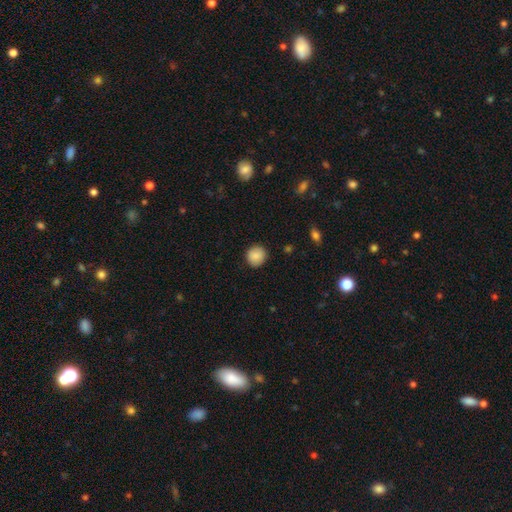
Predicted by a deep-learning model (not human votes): smooth-or-featured: smooth: 89% | star or artifact: 8% | featured or disk: 4%
  how-rounded: round: 91% | in between: 8% | cigar-shaped: 1%
  merging: none: 90% | minor disturbance: 7% | major disturbance: 2% | merger: 1%